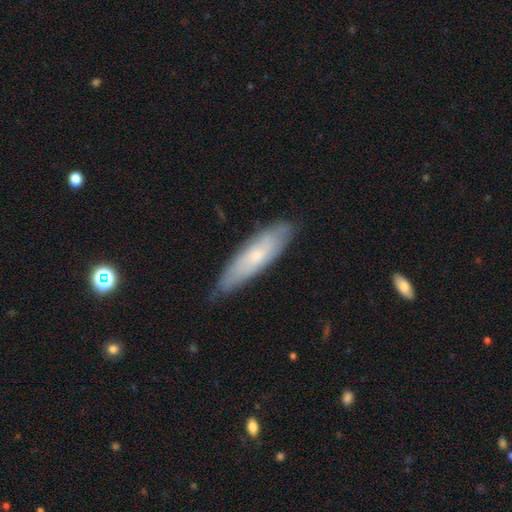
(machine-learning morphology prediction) type=smooth (60%); roundness=cigar-shaped (64%); merging=none (74%).